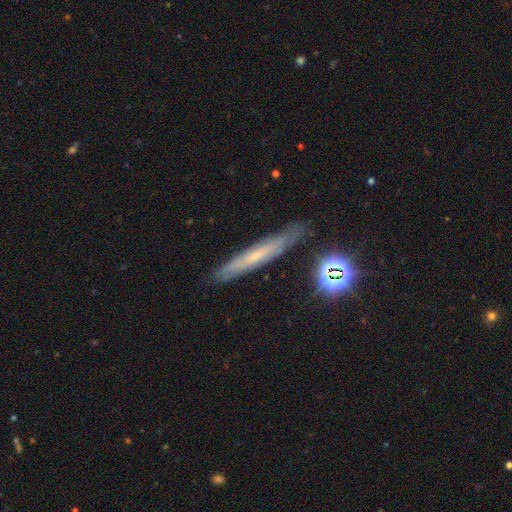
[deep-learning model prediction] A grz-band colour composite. It shows a featured or disk galaxy (52%) viewed edge-on (81%). Merging: none (84%).